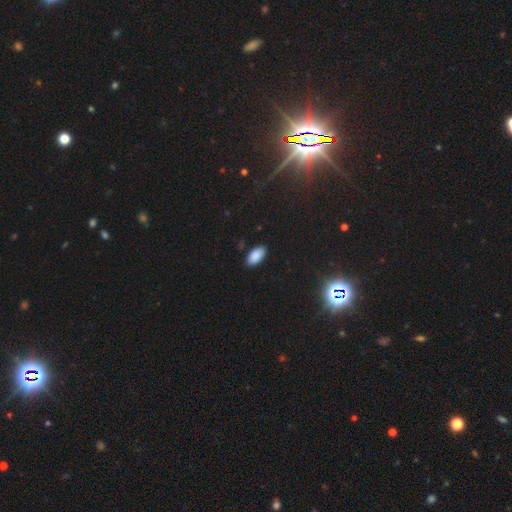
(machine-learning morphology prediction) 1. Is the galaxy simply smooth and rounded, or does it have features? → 88% smooth, 8% star or artifact, 4% featured or disk.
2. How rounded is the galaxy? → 95% in between, 3% cigar-shaped, 2% round.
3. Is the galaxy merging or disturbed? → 87% none, 10% minor disturbance, 2% major disturbance, 1% merger.